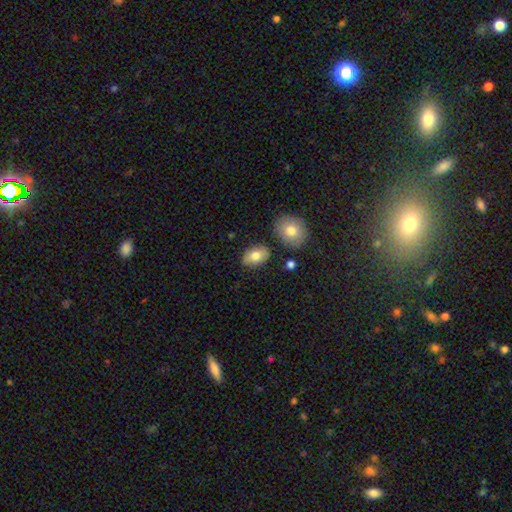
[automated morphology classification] Smooth or featured? Predicted: smooth (p=0.80). How rounded? Predicted: in between (p=0.87). Merging? Predicted: none (p=0.82).